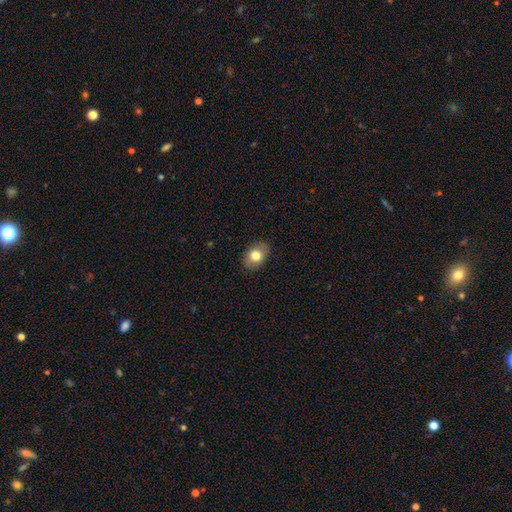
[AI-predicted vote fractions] A smooth galaxy with no disk features (78%) that is in between round and cigar-shaped (72%).

Vote fractions:
- Smooth or featured? smooth: 78% / featured or disk: 13% / star or artifact: 8%
- How rounded? in between: 72% / round: 27% / cigar-shaped: 1%
- Merging? none: 86% / minor disturbance: 11% / major disturbance: 3% / merger: 1%